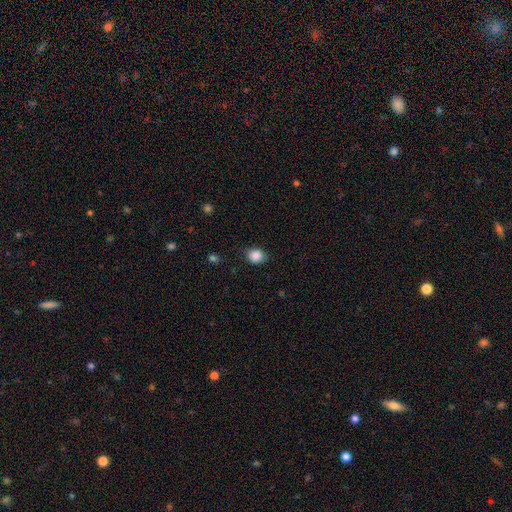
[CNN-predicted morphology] Smooth or featured? Predicted: smooth (p=0.87). How rounded? Predicted: round (p=0.65). Merging? Predicted: none (p=0.81).